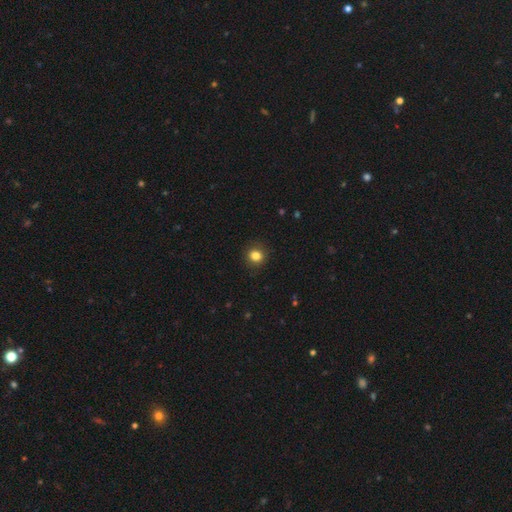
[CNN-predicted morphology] A smooth galaxy with no disk features (83%) that is round (85%).

Vote fractions:
- Smooth or featured? smooth: 83% / star or artifact: 12% / featured or disk: 5%
- How rounded? round: 85% / in between: 14% / cigar-shaped: 1%
- Merging? none: 90% / minor disturbance: 7% / major disturbance: 2% / merger: 1%